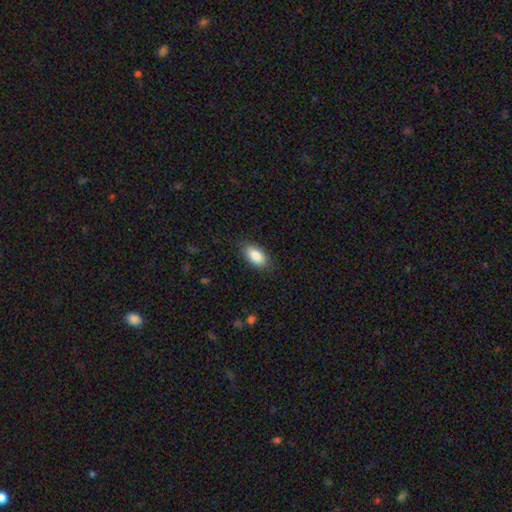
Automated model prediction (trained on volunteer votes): Morphology: type=smooth (87%); roundness=in between (92%); merging=none (85%).